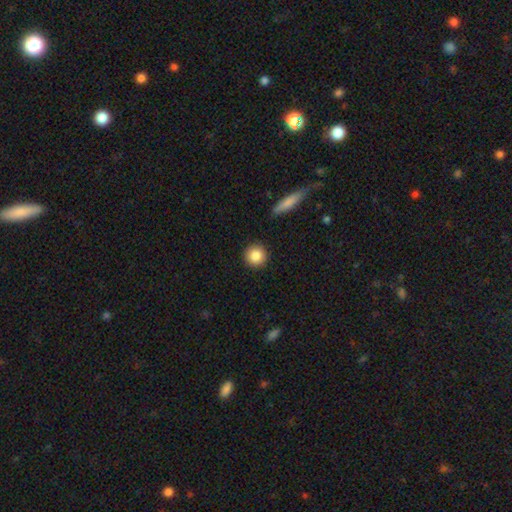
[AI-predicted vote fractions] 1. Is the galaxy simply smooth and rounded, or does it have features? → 86% smooth, 8% star or artifact, 6% featured or disk.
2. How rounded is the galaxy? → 94% round, 5% in between, 1% cigar-shaped.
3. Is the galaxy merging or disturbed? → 90% none, 6% minor disturbance, 2% major disturbance, 1% merger.